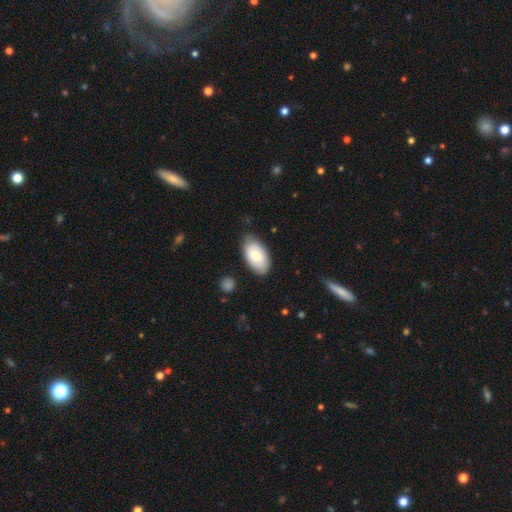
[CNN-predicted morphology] This is likely a smooth galaxy (75%). How rounded: clearly in between (95%). Merging: likely none (78%).